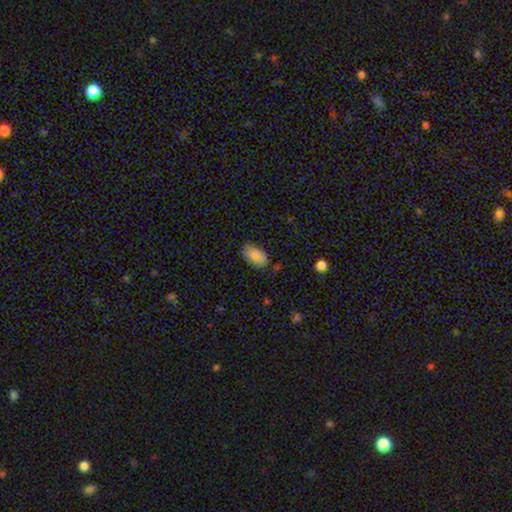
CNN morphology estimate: smooth_or_featured: smooth (p=0.84) [alt: featured or disk p=0.09]
how_rounded: in between (p=0.93) [alt: round p=0.06]
merging: none (p=0.77) [alt: minor disturbance p=0.18]